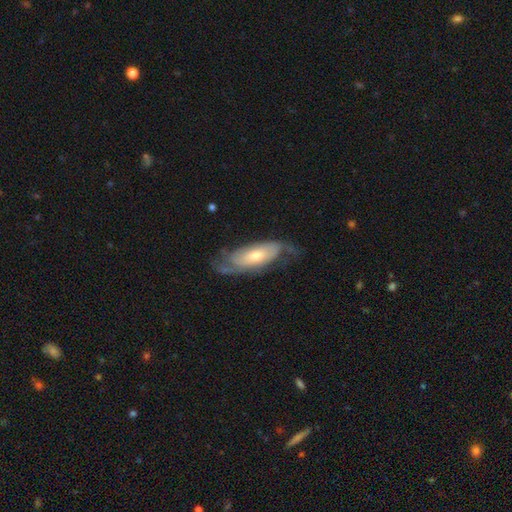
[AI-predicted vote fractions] smooth-or-featured: featured or disk: 72% | smooth: 22% | star or artifact: 6%
  disk-edge-on: no: 85% | yes: 15%
    bar: no: 67% | weak: 25% | strong: 8%
    has-spiral-arms: yes: 88% | no: 12%
      spiral-winding: medium: 39% | tight: 37% | loose: 24%
      spiral-arm-count: 2: 59% | can't tell: 26% | 3: 6% | 1: 5% | 4: 3% | more than 4: 2%
    bulge-size: moderate: 53% | small: 35% | large: 8% | none: 2% | dominant: 1%
  merging: none: 60% | minor disturbance: 23% | major disturbance: 15% | merger: 2%